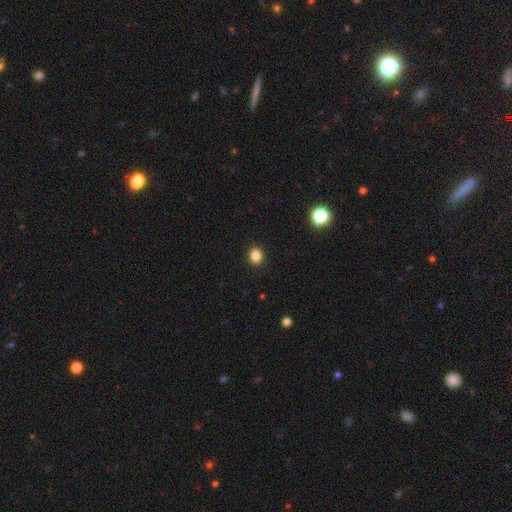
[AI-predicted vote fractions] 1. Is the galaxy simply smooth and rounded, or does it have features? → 85% smooth, 11% star or artifact, 4% featured or disk.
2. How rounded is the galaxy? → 67% round, 32% in between, 1% cigar-shaped.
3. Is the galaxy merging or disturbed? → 92% none, 6% minor disturbance, 2% major disturbance, 1% merger.